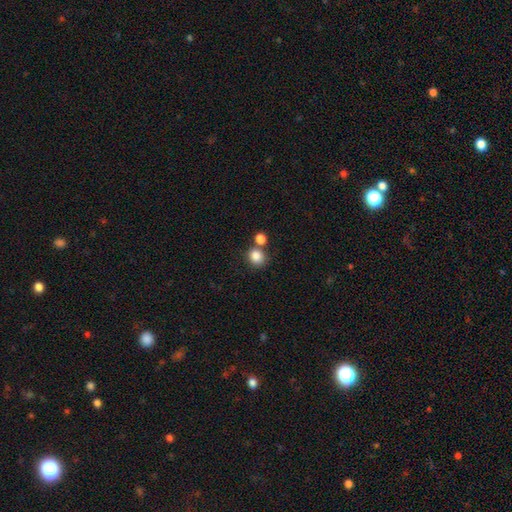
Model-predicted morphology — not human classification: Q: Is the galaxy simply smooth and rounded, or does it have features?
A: smooth — 84%.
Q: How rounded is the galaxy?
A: round — 83%.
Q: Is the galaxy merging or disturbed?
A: none — 63%.